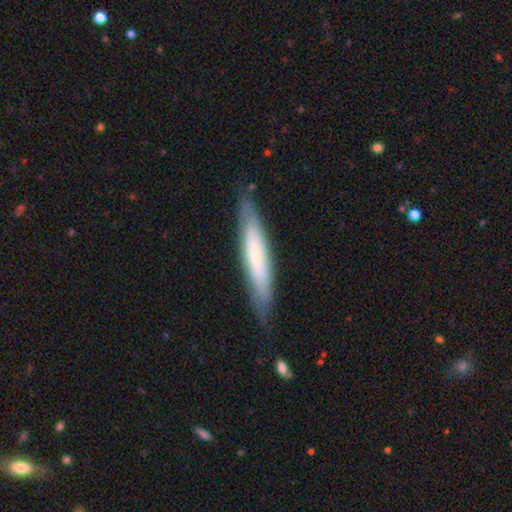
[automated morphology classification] Overall: smooth (53%; featured or disk 41%). How rounded: cigar-shaped (88%). Merging: none (81%).